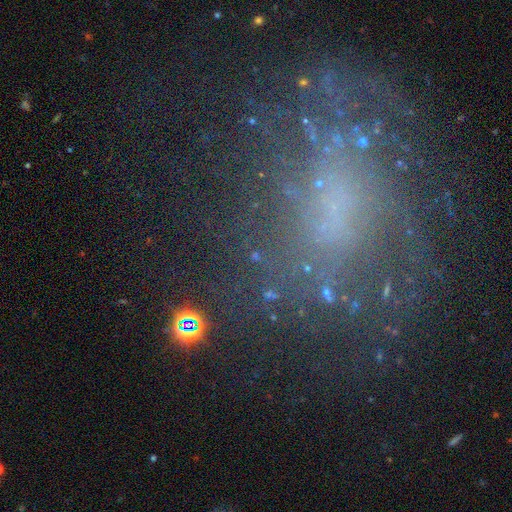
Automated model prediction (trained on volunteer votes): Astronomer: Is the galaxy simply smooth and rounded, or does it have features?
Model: star or artifact — 50% (runner-up: smooth, 27%).